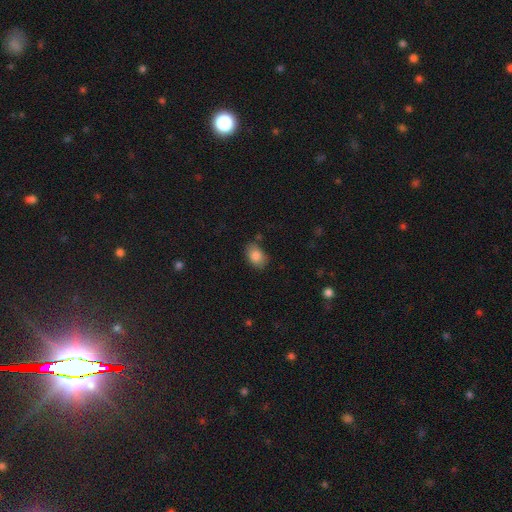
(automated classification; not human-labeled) A smooth galaxy with no disk features (84%) that is in between round and cigar-shaped (81%).

Vote fractions:
- Smooth or featured? smooth: 84% / star or artifact: 8% / featured or disk: 8%
- How rounded? in between: 81% / round: 18% / cigar-shaped: 1%
- Merging? none: 75% / minor disturbance: 17% / major disturbance: 4% / merger: 3%